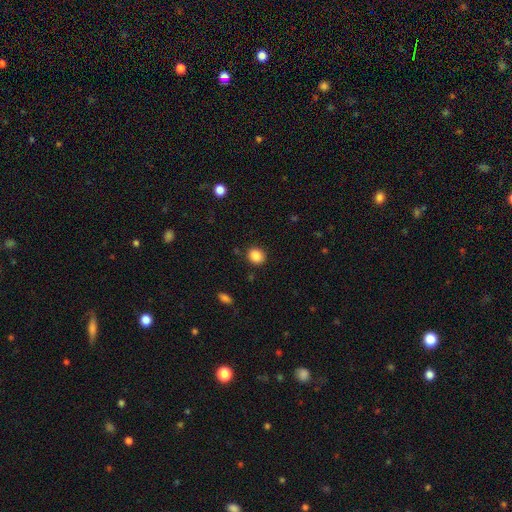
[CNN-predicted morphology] This is clearly a smooth galaxy (87%). How rounded: likely round (74%). Merging: clearly none (88%).